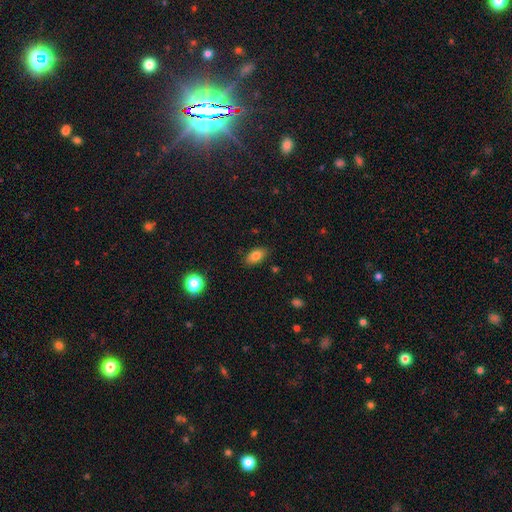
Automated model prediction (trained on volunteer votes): Smooth or featured? Predicted: smooth (p=0.81). How rounded? Predicted: in between (p=0.89). Merging? Predicted: none (p=0.85).